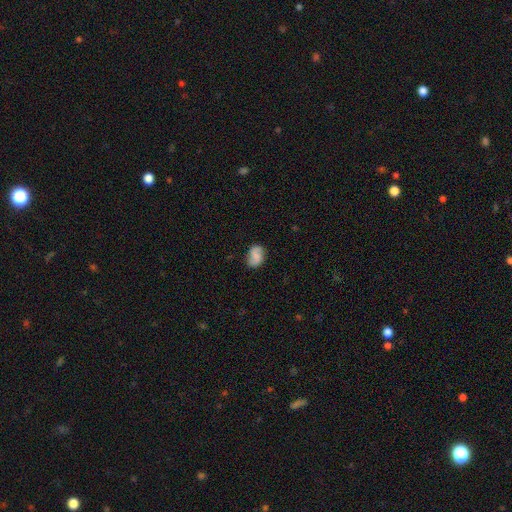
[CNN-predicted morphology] smooth_or_featured: smooth (p=0.55) [alt: featured or disk p=0.36]
how_rounded: in between (p=0.76) [alt: round p=0.23]
merging: none (p=0.78) [alt: minor disturbance p=0.16]